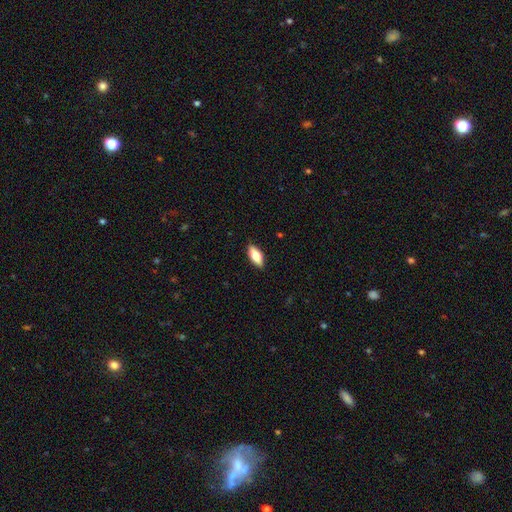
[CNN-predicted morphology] smooth-or-featured: smooth: 74% | featured or disk: 20% | star or artifact: 6%
  how-rounded: in between: 79% | cigar-shaped: 18% | round: 3%
  merging: none: 88% | minor disturbance: 9% | major disturbance: 2% | merger: 1%